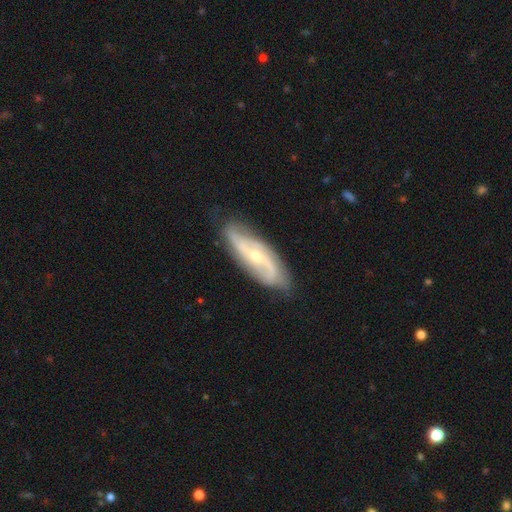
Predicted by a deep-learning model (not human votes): The model was most divided on "bar": no: 46%, weak: 38%, strong: 16%. Remaining: spiral arms — yes (95%); edge-on disk — no (90%); smooth or featured — featured or disk (84%); merging — none (78%); spiral arm count — 2 (76%); bulge size — small (54%); spiral winding — medium (43%).